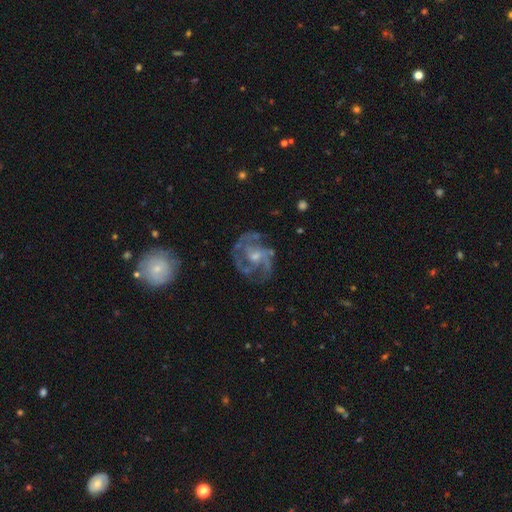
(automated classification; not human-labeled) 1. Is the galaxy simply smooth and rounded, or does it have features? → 86% featured or disk, 7% star or artifact, 7% smooth.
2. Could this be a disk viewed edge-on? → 98% no, 2% yes.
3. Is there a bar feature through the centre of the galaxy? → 53% no, 37% weak, 9% strong.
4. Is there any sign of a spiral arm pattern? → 94% yes, 6% no.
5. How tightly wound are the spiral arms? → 51% medium, 37% tight, 12% loose.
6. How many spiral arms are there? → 39% 3, 28% 2, 15% can't tell, 8% 4, 5% 1, 5% more than 4.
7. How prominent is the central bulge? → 53% small, 39% moderate, 5% none, 2% large, 1% dominant.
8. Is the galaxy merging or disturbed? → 71% none, 16% minor disturbance, 11% major disturbance, 2% merger.